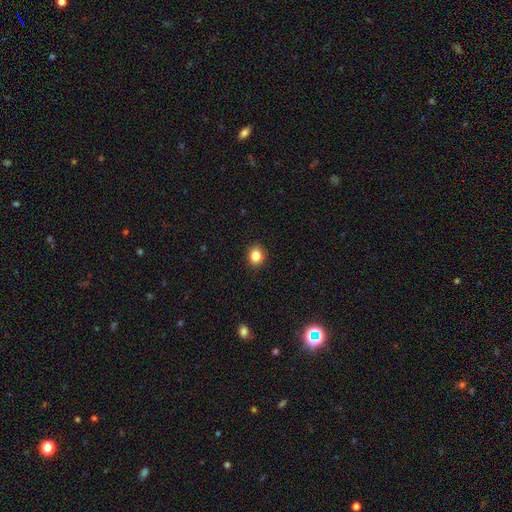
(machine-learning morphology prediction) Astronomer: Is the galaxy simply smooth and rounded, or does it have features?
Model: smooth — 84%.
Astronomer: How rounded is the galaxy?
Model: round — 63%.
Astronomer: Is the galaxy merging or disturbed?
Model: none — 89%.